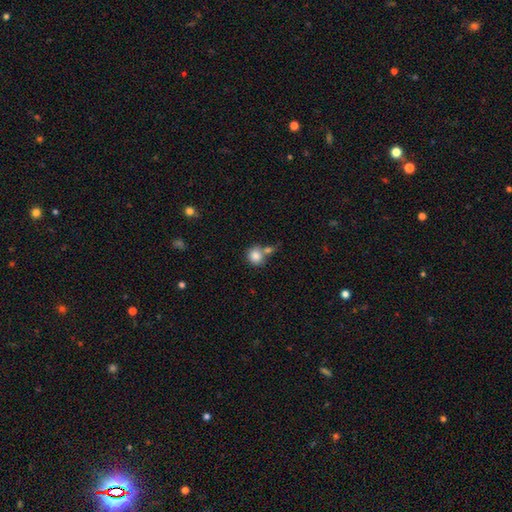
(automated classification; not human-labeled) Overall: smooth (84%). How rounded: round (83%). Merging: none (50%; merger 35%).